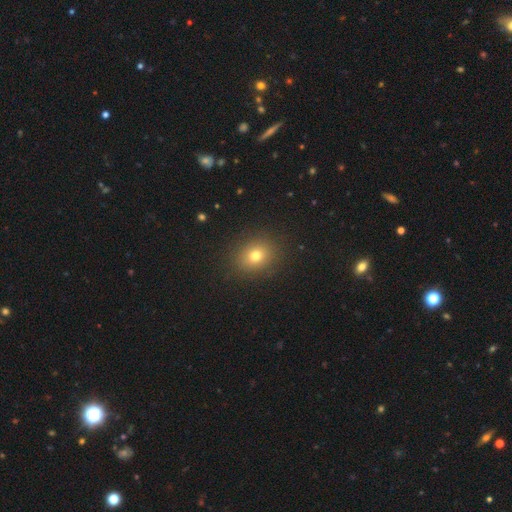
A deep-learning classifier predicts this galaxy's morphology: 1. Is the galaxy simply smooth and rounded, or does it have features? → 75% smooth, 15% star or artifact, 10% featured or disk.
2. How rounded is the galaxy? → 66% round, 33% in between, 1% cigar-shaped.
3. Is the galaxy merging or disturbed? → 89% none, 7% minor disturbance, 3% major disturbance, 1% merger.